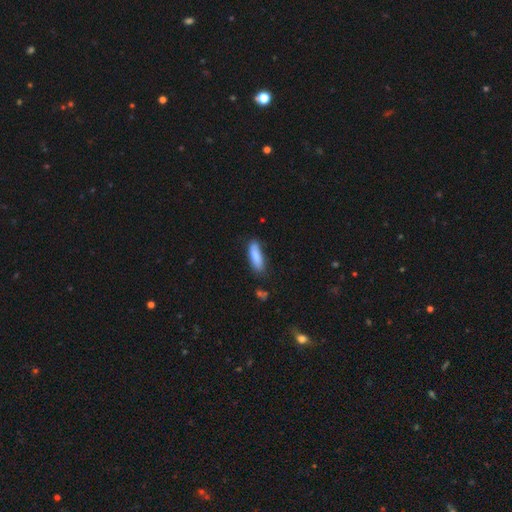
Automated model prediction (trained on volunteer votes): smooth_or_featured: smooth (p=0.85) [alt: featured or disk p=0.09]
how_rounded: in between (p=0.53) [alt: cigar-shaped p=0.45]
merging: none (p=0.77) [alt: minor disturbance p=0.18]